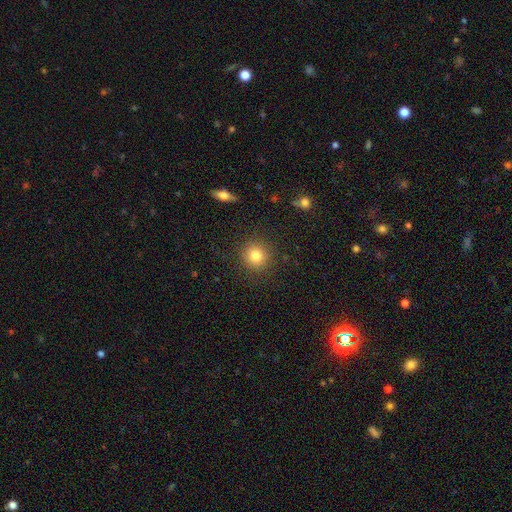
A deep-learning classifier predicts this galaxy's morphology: Q: Smooth or featured?
A: smooth (80%); runner-up: star or artifact (12%)
Q: How rounded?
A: round (92%); runner-up: in between (7%)
Q: Merging?
A: none (89%); runner-up: minor disturbance (7%)